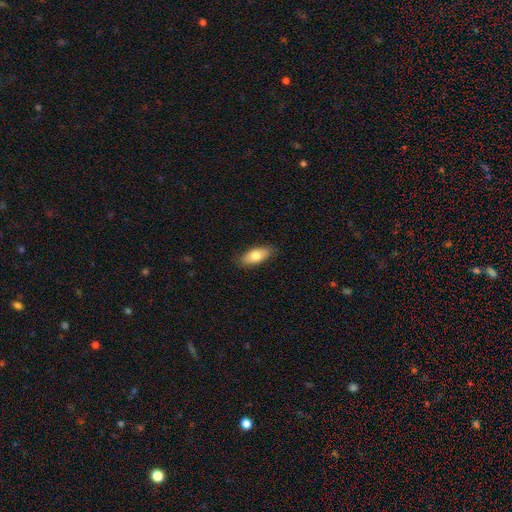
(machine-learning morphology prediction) A smooth galaxy with no disk features (77%) that is in between round and cigar-shaped (86%). Merging: none (85%).